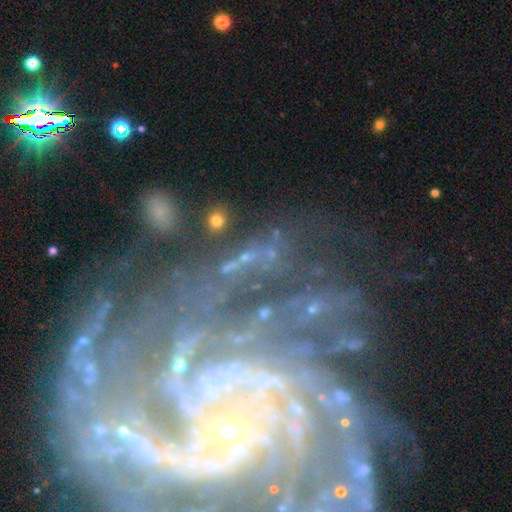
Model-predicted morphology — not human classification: type=featured or disk (72%); edge-on=no (95%); bar=no (50%); spiral arms=yes (92%); winding=tight (69%); arm count=can't tell (26%); bulge=small (65%); merging=none (64%).